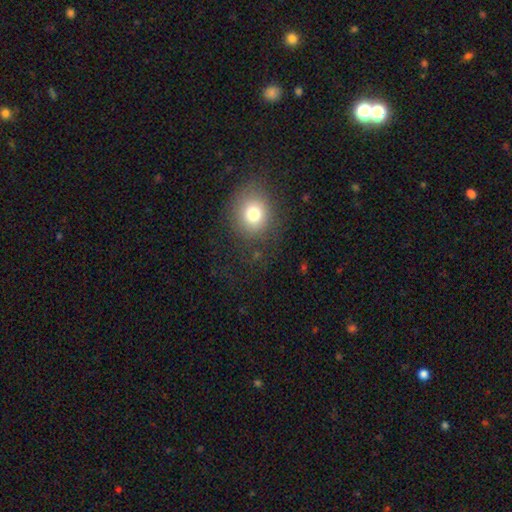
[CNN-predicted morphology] A smooth galaxy with no disk features (69%) that is round (75%). Merging: none (81%).